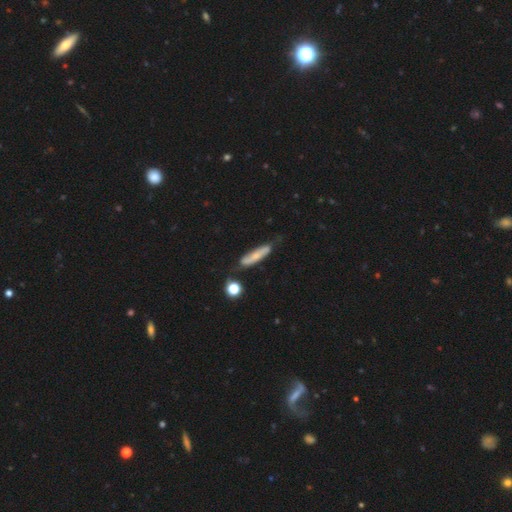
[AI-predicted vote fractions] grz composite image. It shows a smooth galaxy with no disk features (50%) that is cigar-shaped (78%). Merging: none (57%).